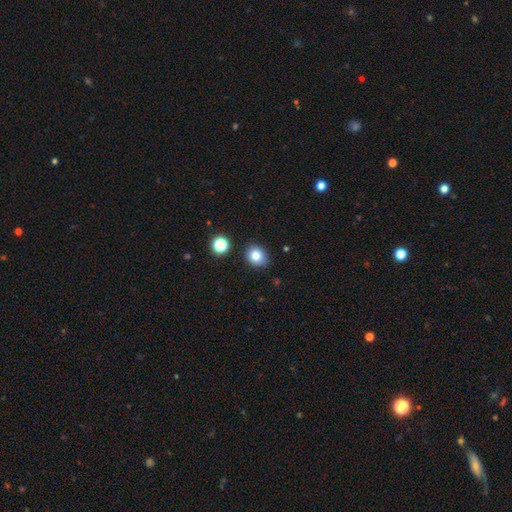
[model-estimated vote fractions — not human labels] Smooth or featured?
  - smooth: 82% *
  - star or artifact: 11%
  - featured or disk: 7%
How rounded?
  - round: 63% *
  - in between: 37%
  - cigar-shaped: 1%
Merging?
  - none: 84% *
  - minor disturbance: 11%
  - merger: 3%
  - major disturbance: 3%